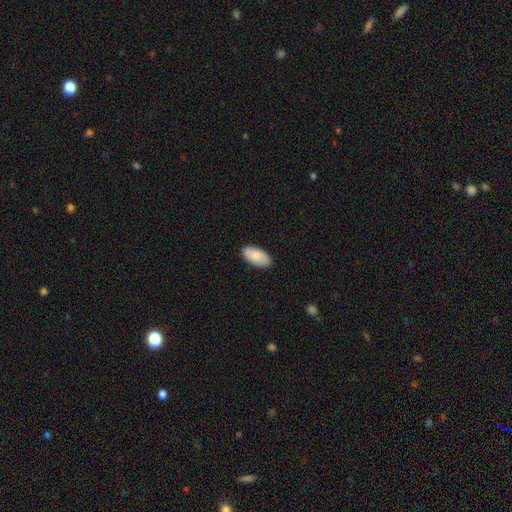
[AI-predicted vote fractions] A smooth galaxy with no disk features (82%) that is in between round and cigar-shaped (95%). Merging: none (86%).